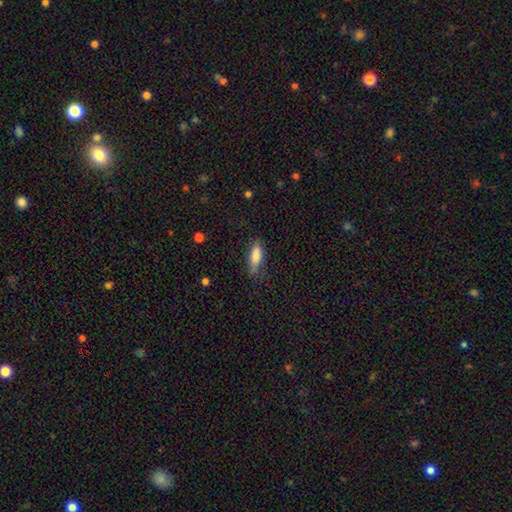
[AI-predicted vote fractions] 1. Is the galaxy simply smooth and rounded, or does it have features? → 79% smooth, 14% featured or disk, 7% star or artifact.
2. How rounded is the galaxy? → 57% in between, 40% cigar-shaped, 2% round.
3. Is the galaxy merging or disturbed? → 75% none, 19% minor disturbance, 5% major disturbance, 2% merger.